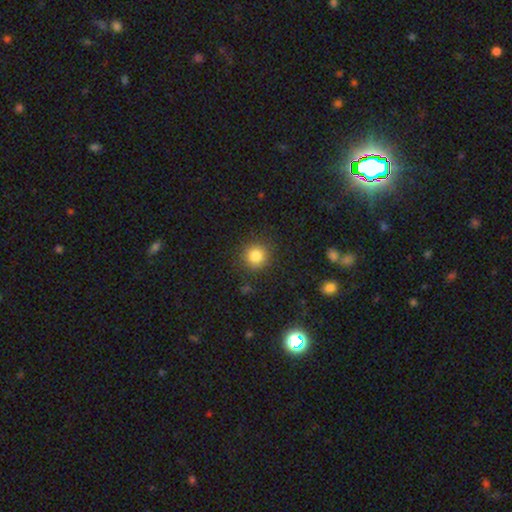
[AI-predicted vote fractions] Smooth or featured?
  - smooth: 83% *
  - star or artifact: 11%
  - featured or disk: 6%
How rounded?
  - round: 92% *
  - in between: 7%
  - cigar-shaped: 1%
Merging?
  - none: 89% *
  - minor disturbance: 7%
  - major disturbance: 2%
  - merger: 1%